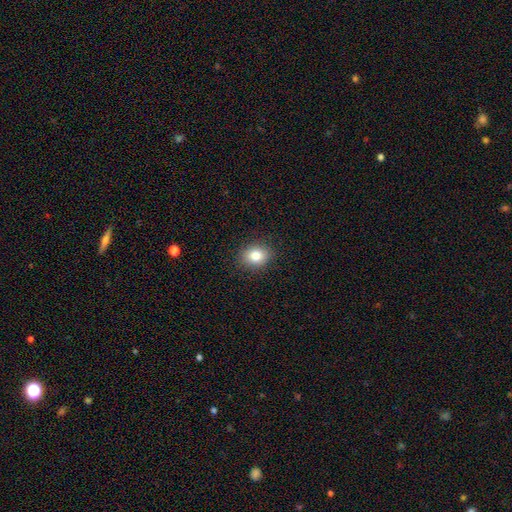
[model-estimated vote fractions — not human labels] Smooth or featured? Predicted: smooth (p=0.82). How rounded? Predicted: in between (p=0.50). Merging? Predicted: none (p=0.89).